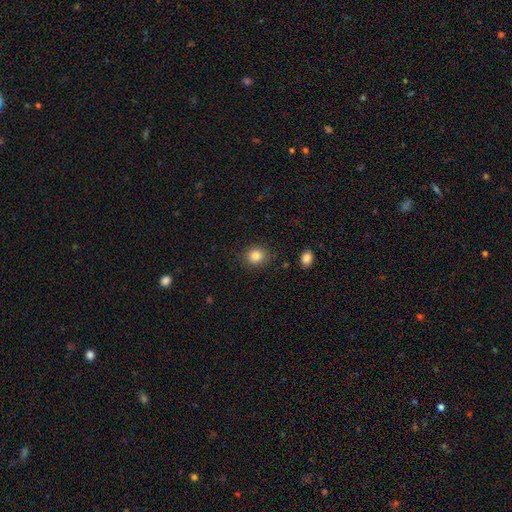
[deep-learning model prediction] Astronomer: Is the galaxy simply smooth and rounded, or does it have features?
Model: smooth — 85%.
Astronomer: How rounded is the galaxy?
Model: round — 75%.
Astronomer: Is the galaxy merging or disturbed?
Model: none — 86%.